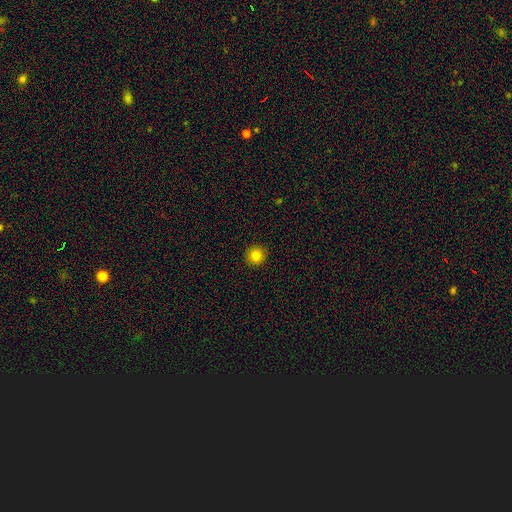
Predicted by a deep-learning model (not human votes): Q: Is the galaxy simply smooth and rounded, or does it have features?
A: smooth — 82%.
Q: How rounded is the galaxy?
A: round — 94%.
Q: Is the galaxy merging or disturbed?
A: none — 93%.